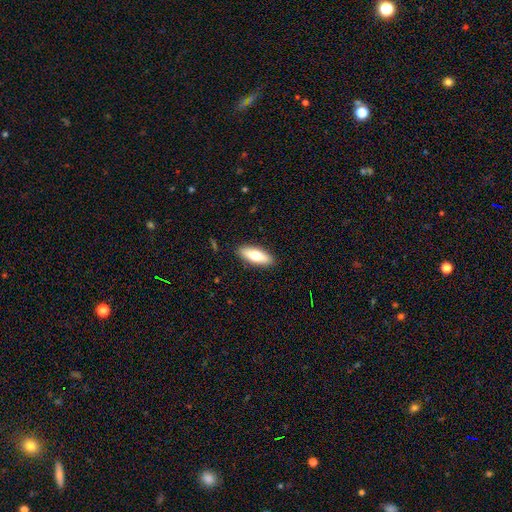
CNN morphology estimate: type=smooth (68%); roundness=in between (66%); merging=none (89%).